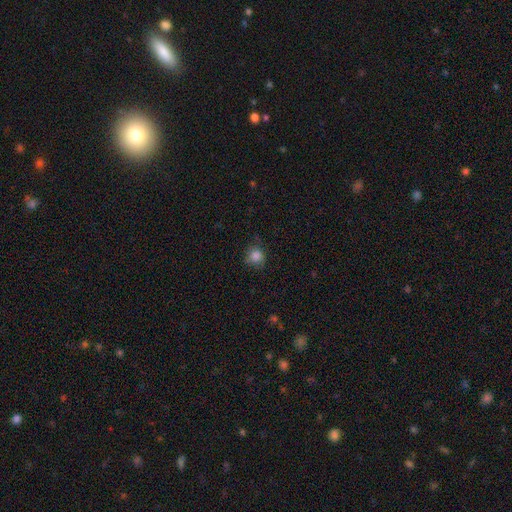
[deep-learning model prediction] smooth_or_featured: smooth (p=0.84) [alt: star or artifact p=0.11]
how_rounded: round (p=0.86) [alt: in between p=0.13]
merging: none (p=0.74) [alt: minor disturbance p=0.19]